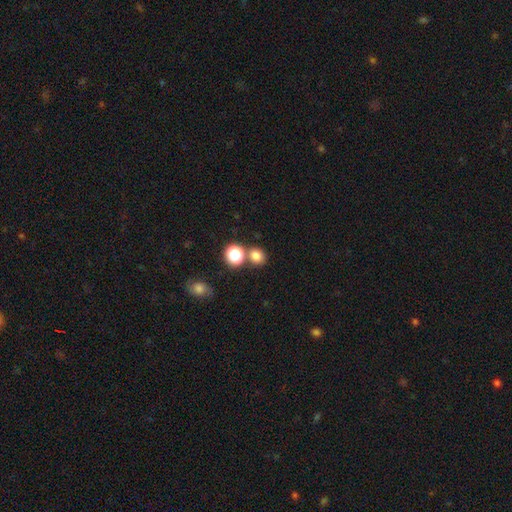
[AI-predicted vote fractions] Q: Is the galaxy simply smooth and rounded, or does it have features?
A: smooth — 77%.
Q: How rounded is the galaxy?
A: round — 73%.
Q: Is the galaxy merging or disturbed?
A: none — 68%.